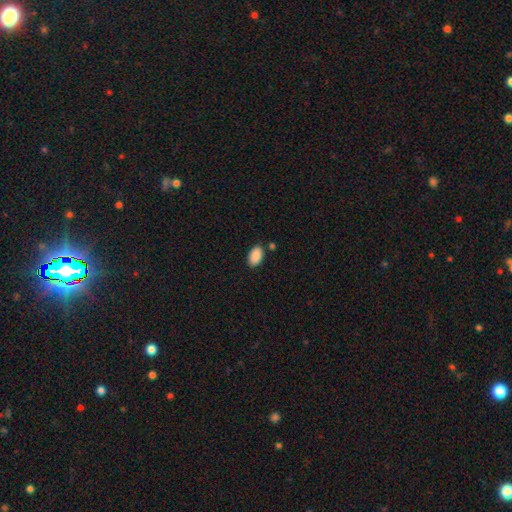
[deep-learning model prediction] This appears to be a smooth galaxy with no disk features (90%) that is in between round and cigar-shaped (94%). Merging: none (82%).